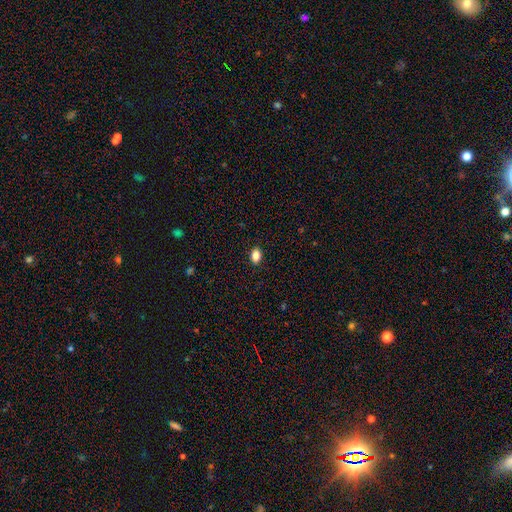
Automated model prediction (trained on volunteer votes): Smooth or featured? smooth (85%)
How rounded? in between (82%)
Merging? none (89%)